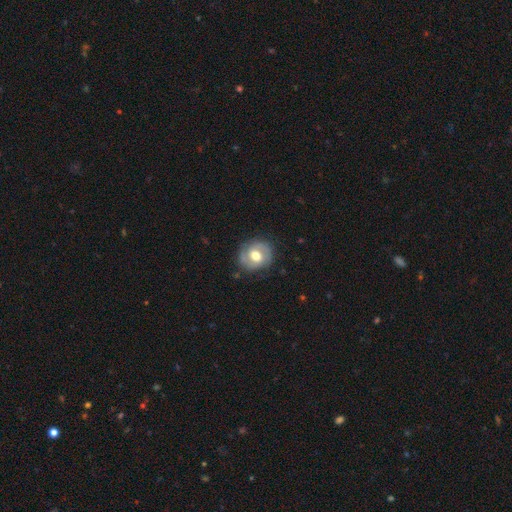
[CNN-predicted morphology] Overall: featured or disk (56%; smooth 37%). Edge-on disk: no (96%). Bar: no (45%; weak 42%). Spiral arms: yes (69%; no 31%). Bulge size: moderate (69%). Merging: none (80%).